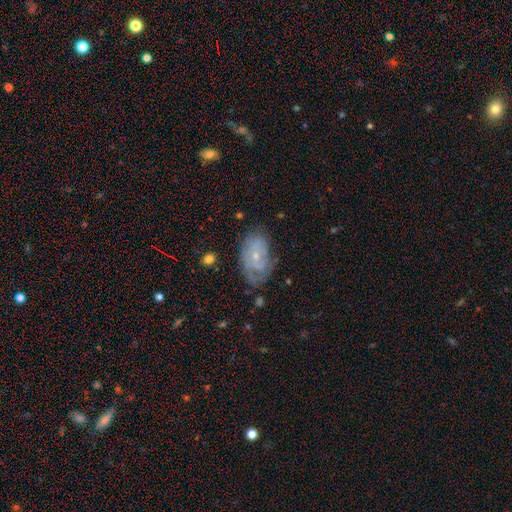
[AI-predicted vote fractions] smooth-or-featured: featured or disk: 66% | smooth: 26% | star or artifact: 8%
  disk-edge-on: no: 94% | yes: 6%
    bar: no: 75% | weak: 21% | strong: 4%
    has-spiral-arms: yes: 79% | no: 21%
    bulge-size: small: 69% | moderate: 27% | none: 2% | large: 1% | dominant: 1%
  merging: none: 60% | minor disturbance: 26% | major disturbance: 11% | merger: 2%